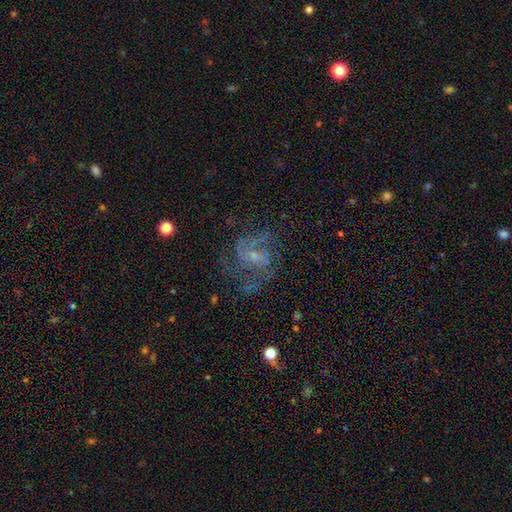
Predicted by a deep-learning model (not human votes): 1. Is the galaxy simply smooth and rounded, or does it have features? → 77% featured or disk, 12% star or artifact, 11% smooth.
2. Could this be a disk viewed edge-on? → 98% no, 2% yes.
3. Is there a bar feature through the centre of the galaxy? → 46% no, 44% weak, 10% strong.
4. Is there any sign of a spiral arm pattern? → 89% yes, 11% no.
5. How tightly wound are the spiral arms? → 51% medium, 27% tight, 22% loose.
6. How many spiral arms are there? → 33% 2, 26% can't tell, 23% 3, 7% 4, 6% 1, 5% more than 4.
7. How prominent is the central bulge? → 58% small, 27% moderate, 12% none, 2% large, 1% dominant.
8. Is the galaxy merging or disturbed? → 61% none, 20% major disturbance, 17% minor disturbance, 2% merger.